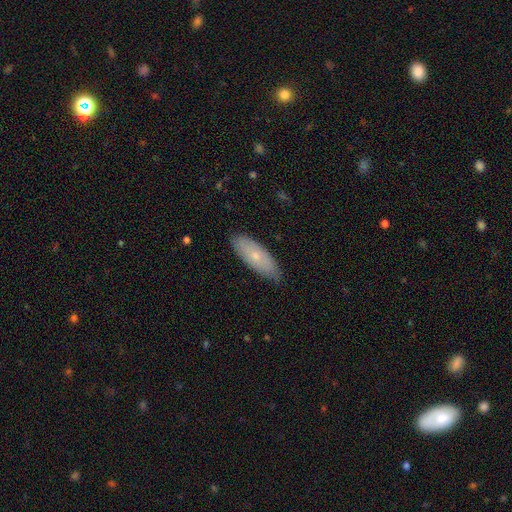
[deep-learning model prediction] Q: Smooth or featured?
A: smooth (65%); runner-up: featured or disk (28%)
Q: How rounded?
A: in between (71%); runner-up: cigar-shaped (27%)
Q: Merging?
A: none (81%); runner-up: minor disturbance (16%)